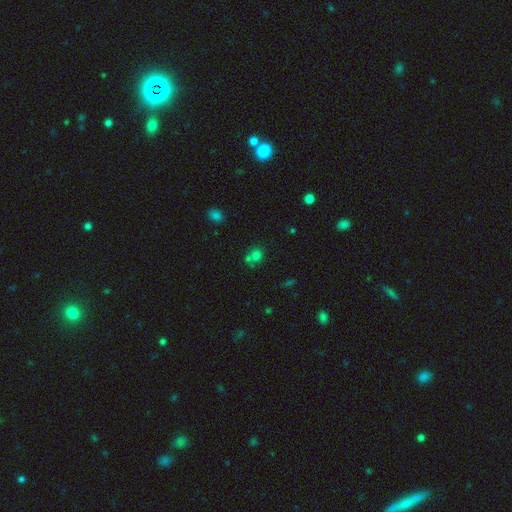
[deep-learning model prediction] A smooth galaxy with no disk features (69%) that is round (79%).

Vote fractions:
- Smooth or featured? smooth: 69% / star or artifact: 19% / featured or disk: 12%
- How rounded? round: 79% / in between: 20% / cigar-shaped: 1%
- Merging? none: 51% / merger: 34% / minor disturbance: 11% / major disturbance: 5%